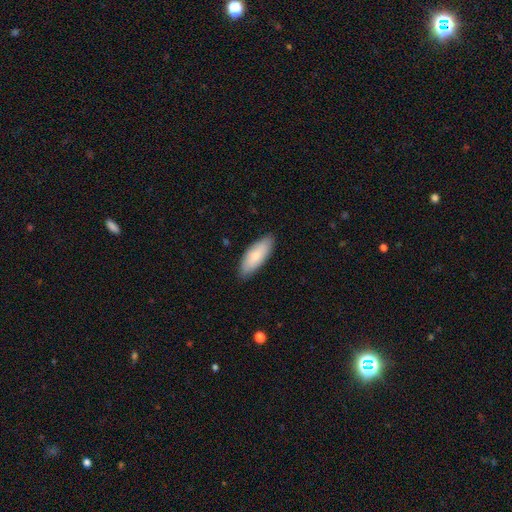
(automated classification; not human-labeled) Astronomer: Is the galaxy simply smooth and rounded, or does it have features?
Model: smooth — 82%.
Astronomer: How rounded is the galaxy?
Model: in between — 72%.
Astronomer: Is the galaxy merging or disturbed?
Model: none — 85%.